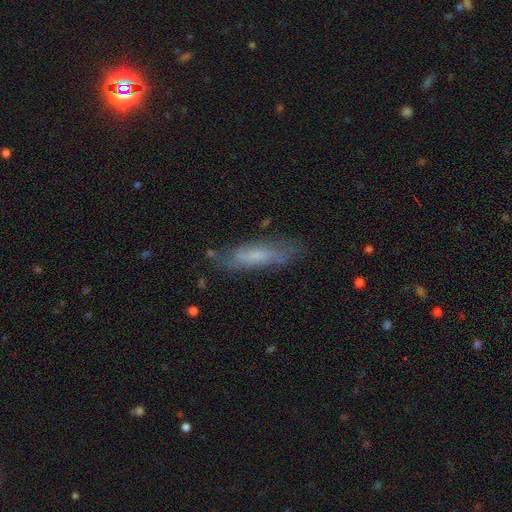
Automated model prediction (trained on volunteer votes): Overall: featured or disk (44%, tied with smooth). Merging: none (76%).